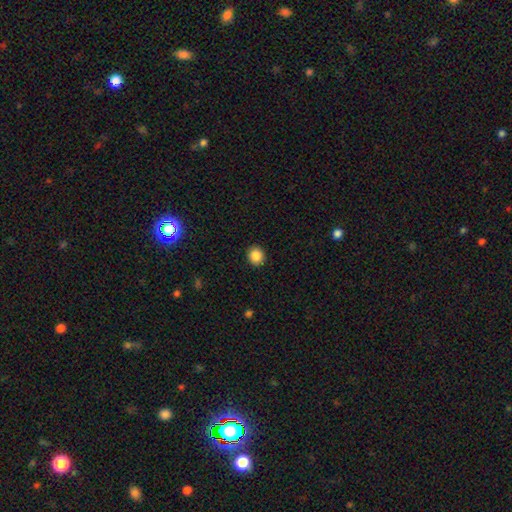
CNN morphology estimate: Q: Smooth or featured?
A: smooth (86%); runner-up: star or artifact (10%)
Q: How rounded?
A: round (84%); runner-up: in between (16%)
Q: Merging?
A: none (92%); runner-up: minor disturbance (5%)